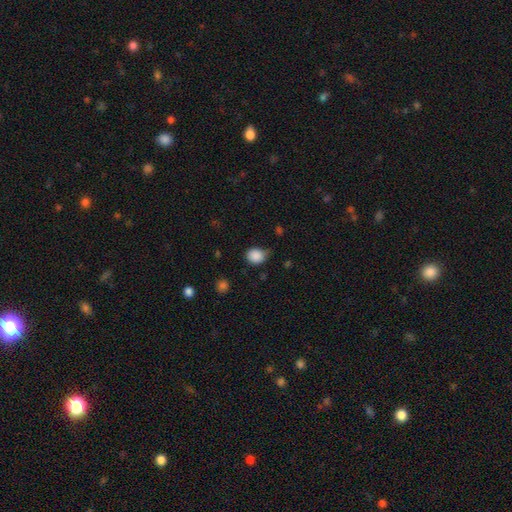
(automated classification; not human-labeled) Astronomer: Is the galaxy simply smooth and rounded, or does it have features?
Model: smooth — 87%.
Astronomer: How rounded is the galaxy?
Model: round — 68%.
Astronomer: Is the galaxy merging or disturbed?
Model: none — 63%.